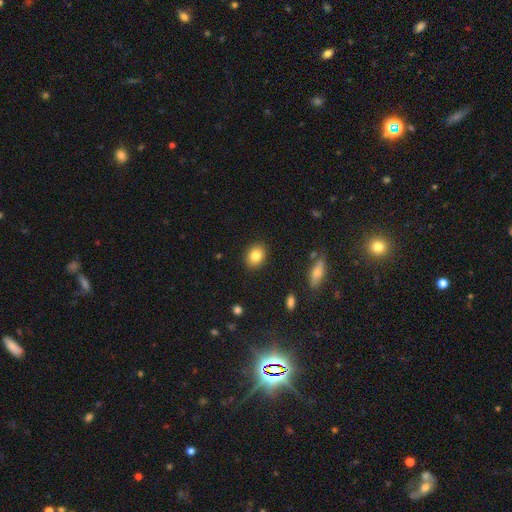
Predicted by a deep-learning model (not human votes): Q: Smooth or featured?
A: smooth (84%); runner-up: star or artifact (9%)
Q: How rounded?
A: in between (52%); runner-up: round (47%)
Q: Merging?
A: none (89%); runner-up: minor disturbance (8%)